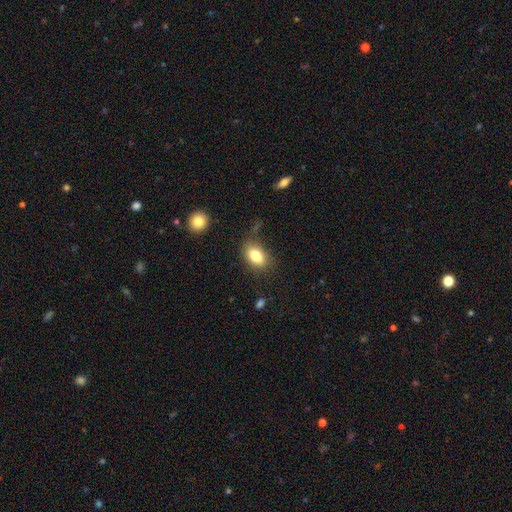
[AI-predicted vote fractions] smooth_or_featured: smooth (p=0.81) [alt: featured or disk p=0.11]
how_rounded: in between (p=0.85) [alt: round p=0.12]
merging: none (p=0.75) [alt: minor disturbance p=0.17]